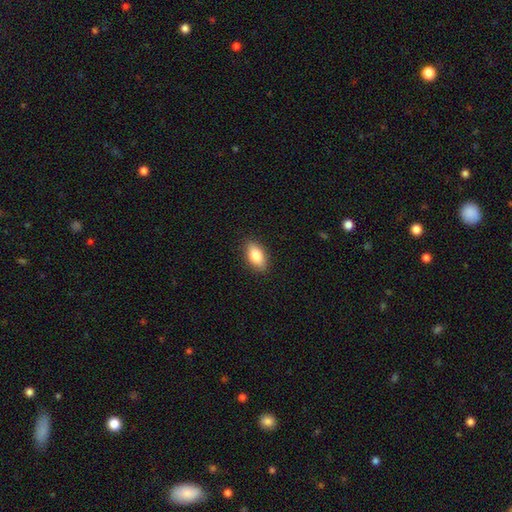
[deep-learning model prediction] smooth_or_featured: smooth (p=0.82) [alt: featured or disk p=0.11]
how_rounded: in between (p=0.89) [alt: cigar-shaped p=0.06]
merging: none (p=0.87) [alt: minor disturbance p=0.10]